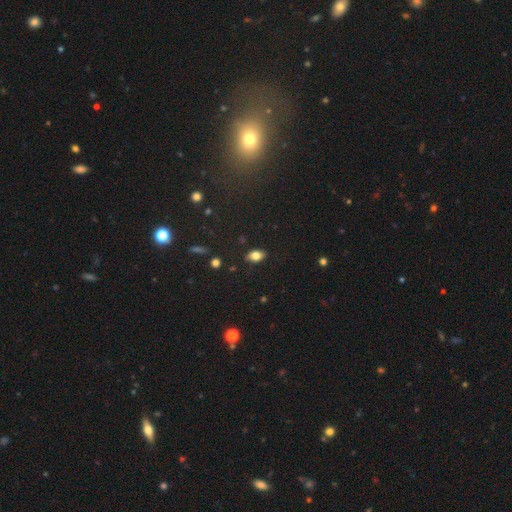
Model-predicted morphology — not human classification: smooth 80%, featured or disk 11%, star or artifact 9%. Down the decision tree: how rounded — in between (86%); merging — none (84%).